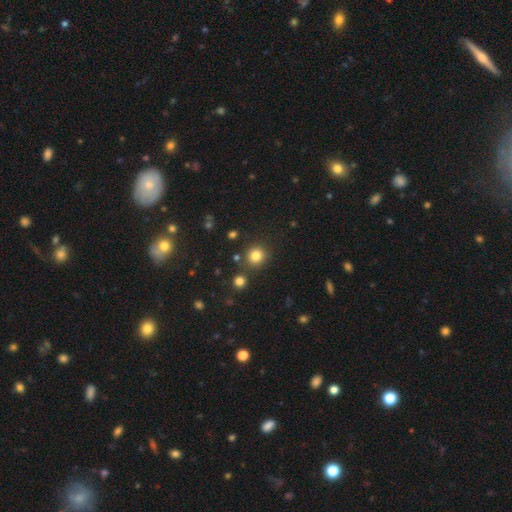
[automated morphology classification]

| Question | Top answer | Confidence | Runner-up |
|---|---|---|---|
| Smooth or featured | smooth | 82% | star or artifact (13%) |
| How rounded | round | 91% | in between (8%) |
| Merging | none | 83% | minor disturbance (8%) |